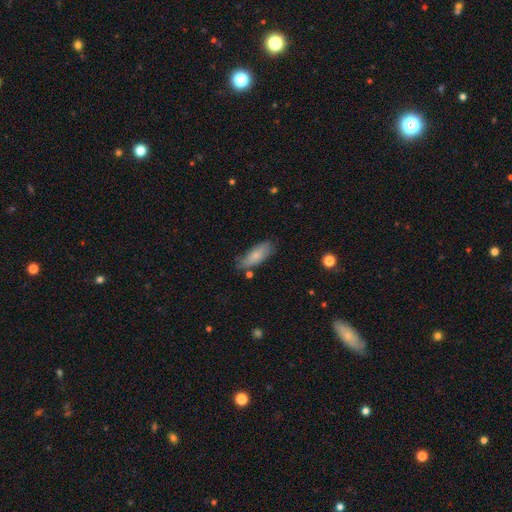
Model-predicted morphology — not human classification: Smooth or featured? Predicted: smooth (p=0.76). How rounded? Predicted: in between (p=0.71). Merging? Predicted: none (p=0.68).